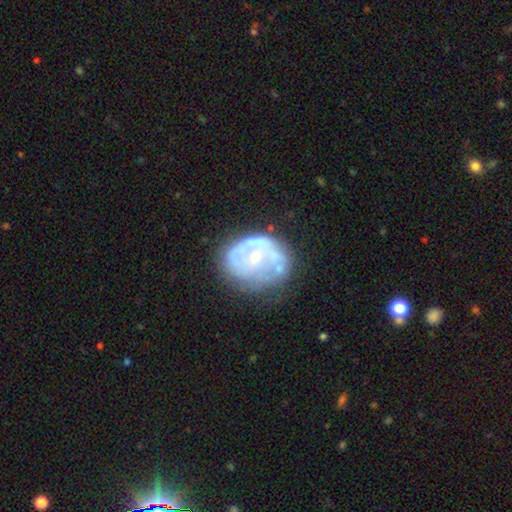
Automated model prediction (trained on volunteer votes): A featured or disk galaxy (67%) with no bar (79%), no spiral arms (60%) and a small central bulge (58%).

Vote fractions:
- Smooth or featured? featured or disk: 67% / smooth: 25% / star or artifact: 8%
- Edge-on disk? no: 98% / yes: 2%
- Bar? no: 79% / weak: 17% / strong: 4%
- Spiral arms? no: 60% / yes: 40%
- Bulge size? small: 58% / moderate: 30% / none: 9% / large: 2% / dominant: 1%
- Merging? none: 43% / minor disturbance: 27% / major disturbance: 23% / merger: 7%